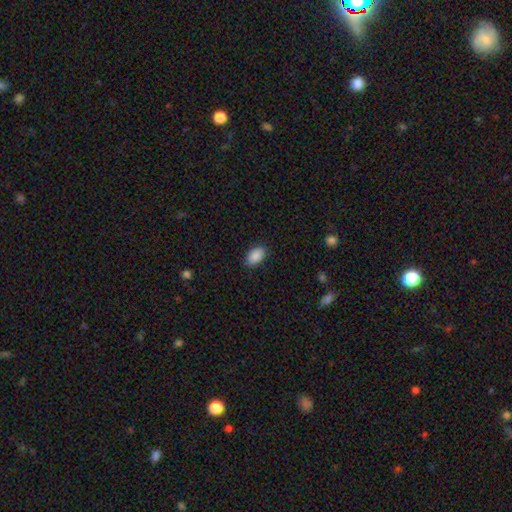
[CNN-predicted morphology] A smooth galaxy with no disk features (90%) that is in between round and cigar-shaped (93%).

Vote fractions:
- Smooth or featured? smooth: 90% / star or artifact: 7% / featured or disk: 3%
- How rounded? in between: 93% / round: 5% / cigar-shaped: 2%
- Merging? none: 88% / minor disturbance: 9% / major disturbance: 2% / merger: 1%